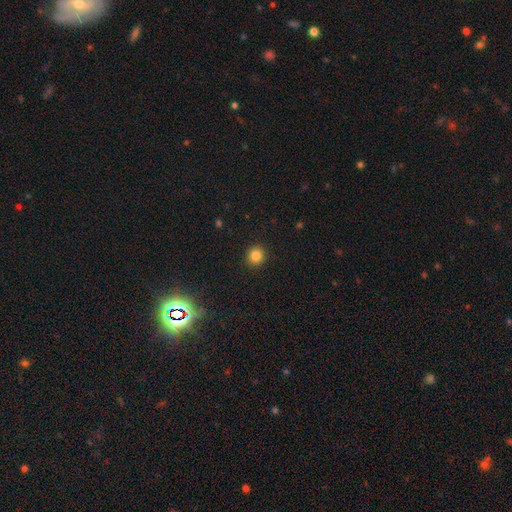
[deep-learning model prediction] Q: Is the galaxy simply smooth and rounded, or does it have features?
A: smooth — 84%.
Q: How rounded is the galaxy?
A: round — 92%.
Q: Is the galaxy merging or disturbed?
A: none — 92%.